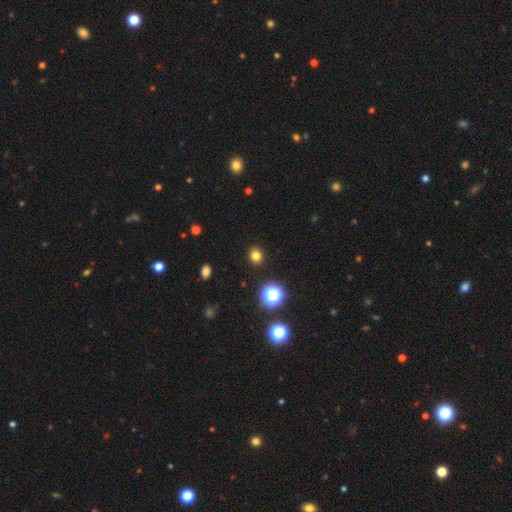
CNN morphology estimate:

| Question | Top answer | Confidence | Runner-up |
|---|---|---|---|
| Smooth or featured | smooth | 78% | star or artifact (17%) |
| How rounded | round | 81% | in between (18%) |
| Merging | none | 91% | minor disturbance (5%) |